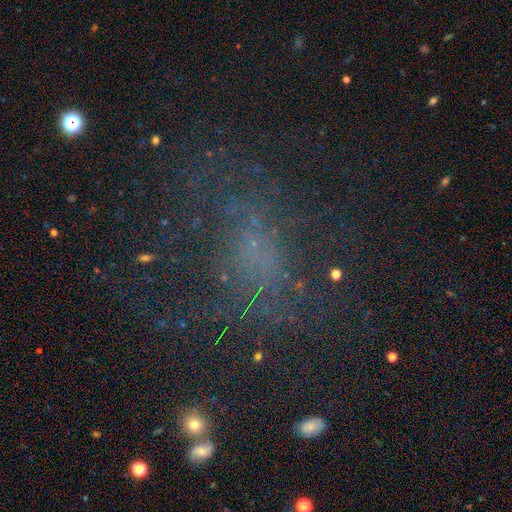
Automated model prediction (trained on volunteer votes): featured or disk 35%, star or artifact 34%, smooth 30%. Down the decision tree: merging — none (55%).